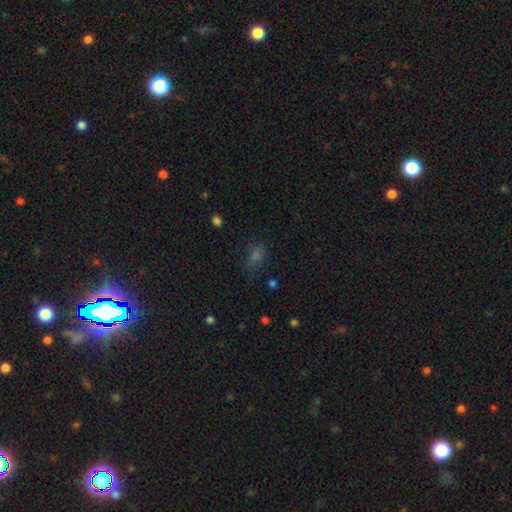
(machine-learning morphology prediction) Smooth or featured?
  - smooth: 56% *
  - star or artifact: 34%
  - featured or disk: 10%
How rounded?
  - in between: 73% *
  - round: 22%
  - cigar-shaped: 5%
Merging?
  - none: 66% *
  - minor disturbance: 20%
  - major disturbance: 11%
  - merger: 3%